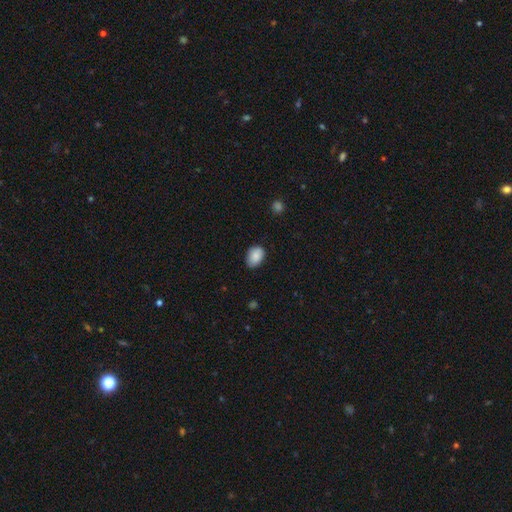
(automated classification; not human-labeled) Overall: smooth (88%). How rounded: in between (78%). Merging: none (77%).